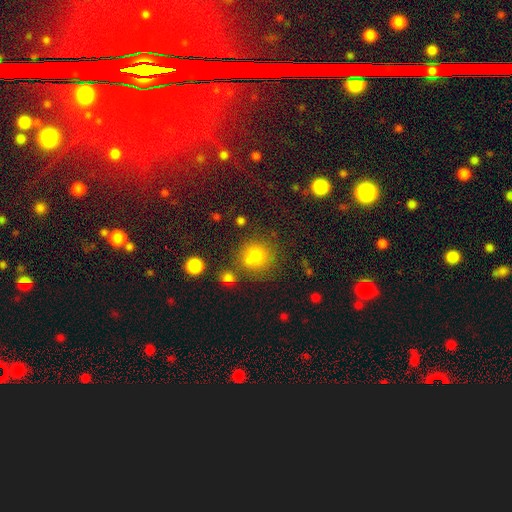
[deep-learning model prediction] Morphology: type=smooth (77%); roundness=round (86%); merging=none (65%).